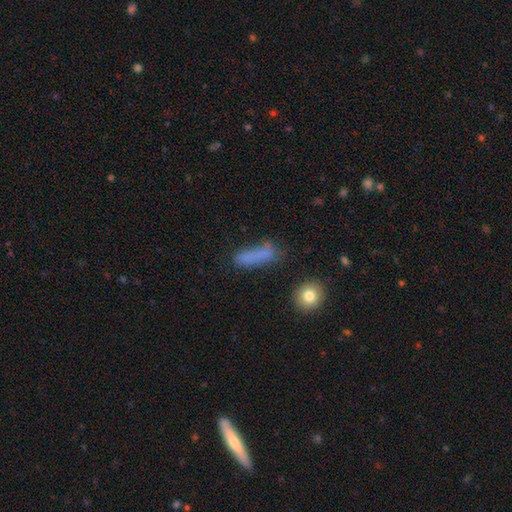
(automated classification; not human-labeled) smooth-or-featured: smooth: 70% | featured or disk: 16% | star or artifact: 14%
  how-rounded: cigar-shaped: 65% | in between: 31% | round: 4%
  merging: none: 57% | minor disturbance: 22% | major disturbance: 14% | merger: 8%